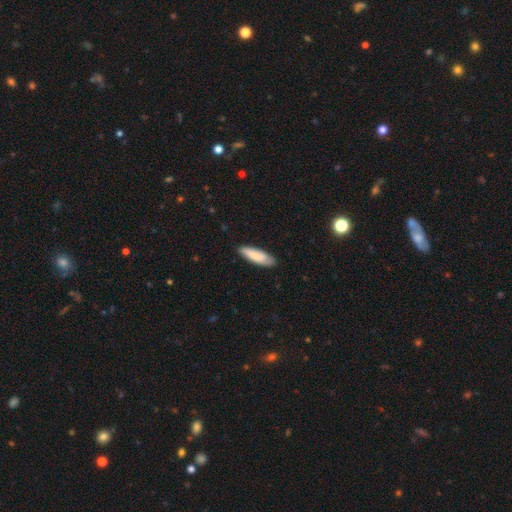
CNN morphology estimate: Smooth or featured? Predicted: smooth (p=0.80). How rounded? Predicted: cigar-shaped (p=0.51). Merging? Predicted: none (p=0.80).